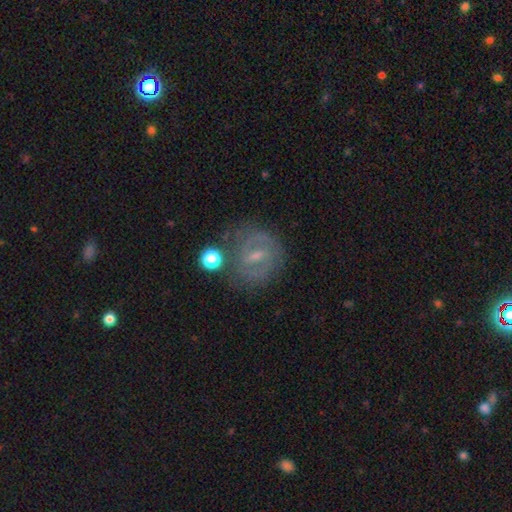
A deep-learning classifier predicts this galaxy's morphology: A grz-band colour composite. It shows a featured or disk galaxy (67%) with a weak bar (51%), spiral arms (73%) and a small central bulge (57%). Merging: none (71%).